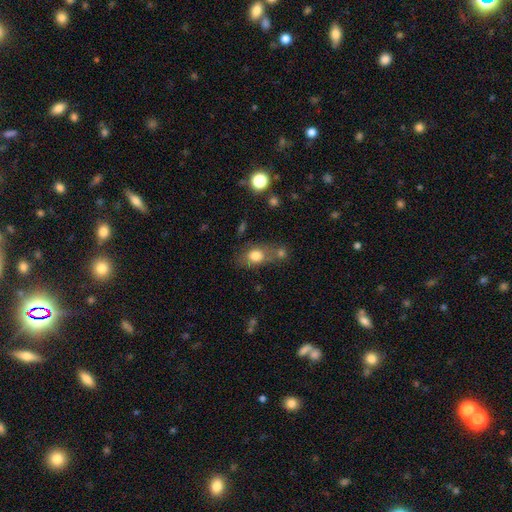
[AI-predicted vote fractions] A smooth galaxy with no disk features (77%) that is in between round and cigar-shaped (64%). Merging: none (49%).